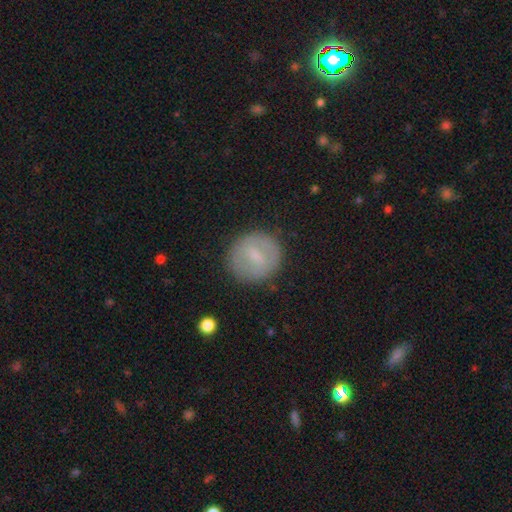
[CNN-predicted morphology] Overall: smooth (56%; featured or disk 36%). How rounded: round (87%). Merging: none (85%).